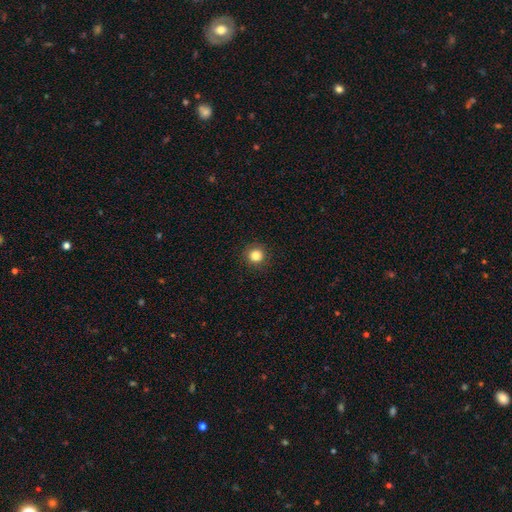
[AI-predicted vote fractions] smooth 83%, star or artifact 12%, featured or disk 5%. Down the decision tree: how rounded — round (94%); merging — none (92%).